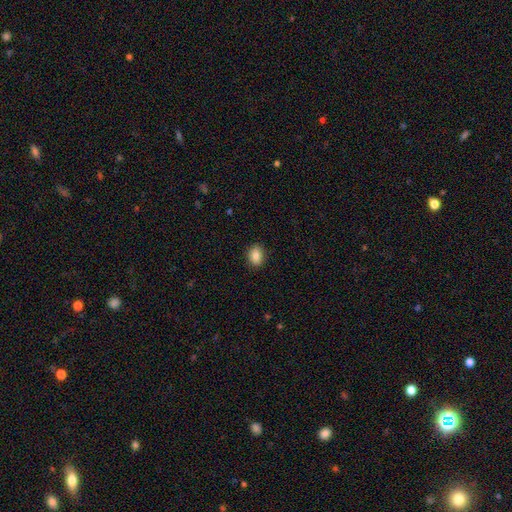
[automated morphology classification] Smooth or featured? Predicted: smooth (p=0.86). How rounded? Predicted: in between (p=0.70). Merging? Predicted: none (p=0.89).